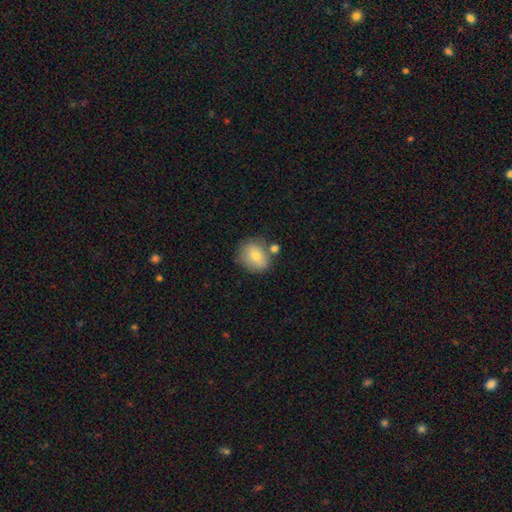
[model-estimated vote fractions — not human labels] Morphology: type=smooth (75%); roundness=round (61%); merging=none (64%).